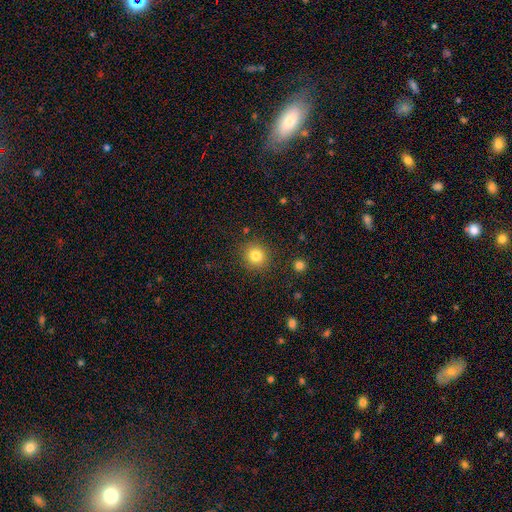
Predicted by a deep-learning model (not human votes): Overall: smooth (81%). How rounded: round (89%). Merging: none (88%).